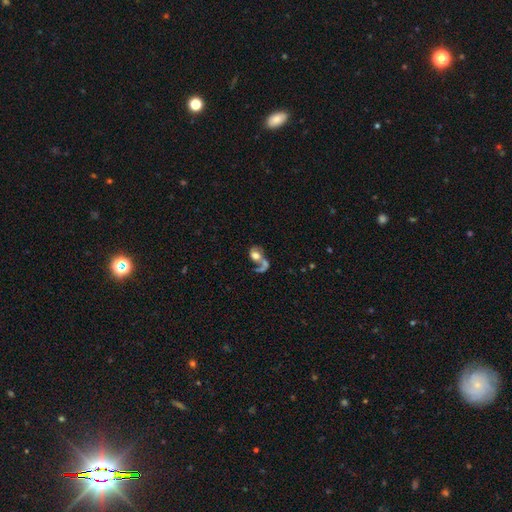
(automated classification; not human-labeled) A featured or disk galaxy (47%). Merging: merger (52%).